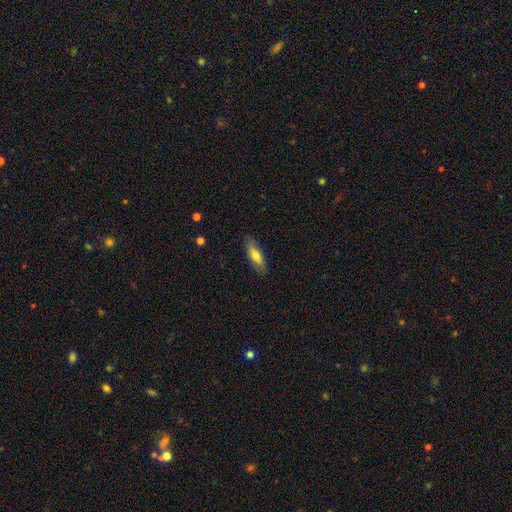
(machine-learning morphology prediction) Smooth or featured? Predicted: smooth (p=0.68). How rounded? Predicted: in between (p=0.50). Merging? Predicted: none (p=0.85).